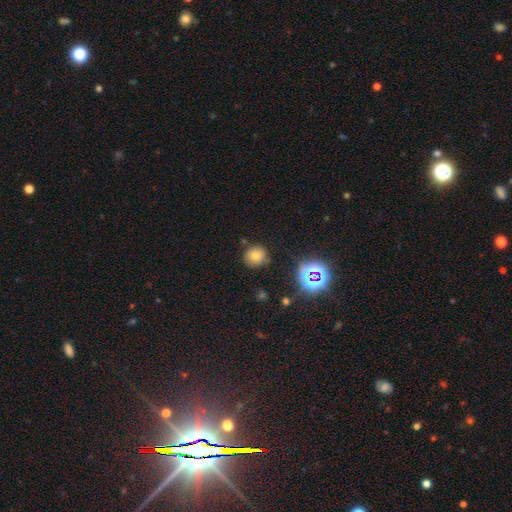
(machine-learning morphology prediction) This appears to be a smooth galaxy with no disk features (72%) that is round (87%). Merging: none (80%).